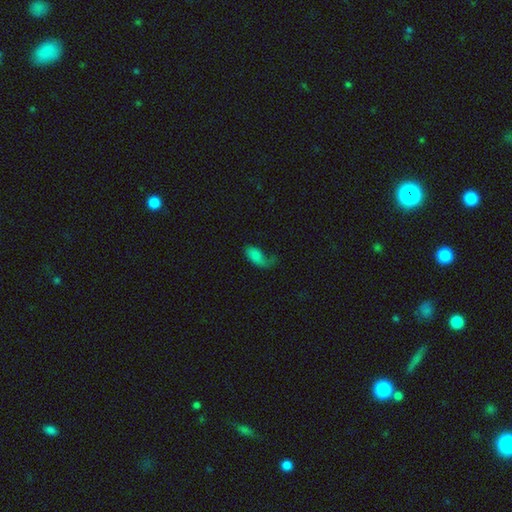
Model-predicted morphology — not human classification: Smooth or featured? Predicted: smooth (p=0.69). How rounded? Predicted: in between (p=0.91). Merging? Predicted: major disturbance (p=0.37).